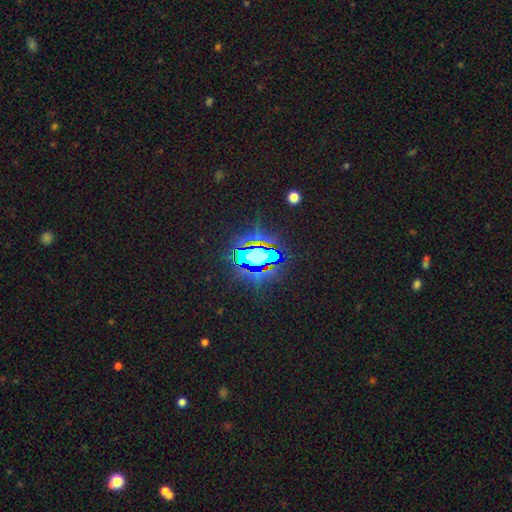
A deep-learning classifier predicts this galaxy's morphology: smooth_or_featured: star or artifact (p=0.59) [alt: smooth p=0.23]